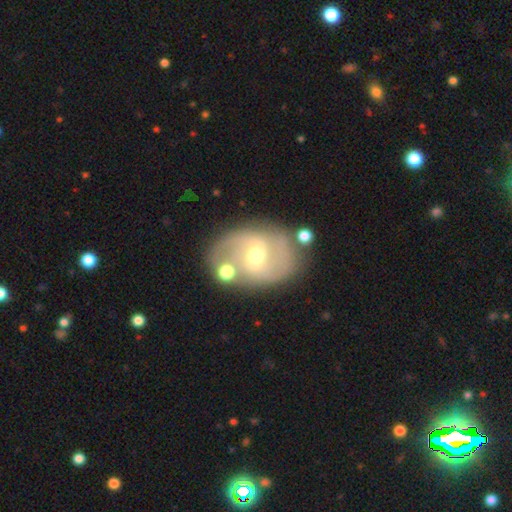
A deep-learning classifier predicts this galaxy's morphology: smooth_or_featured: featured or disk (p=0.81) [alt: smooth p=0.12]
disk_edge_on: no (p=0.97) [alt: yes p=0.03]
bar: weak (p=0.56) [alt: strong p=0.25]
has_spiral_arms: yes (p=0.90) [alt: no p=0.10]
spiral_winding: medium (p=0.47) [alt: loose p=0.32]
spiral_arm_count: 2 (p=0.84) [alt: can't tell p=0.08]
bulge_size: moderate (p=0.50) [alt: small p=0.46]
merging: none (p=0.72) [alt: minor disturbance p=0.14]